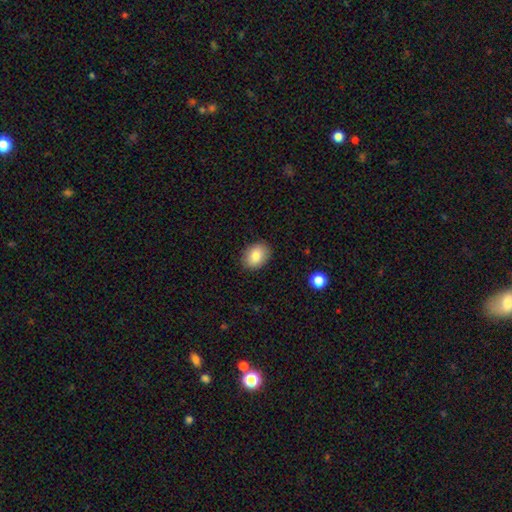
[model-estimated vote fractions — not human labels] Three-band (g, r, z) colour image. It shows a smooth galaxy with no disk features (84%) that is in between round and cigar-shaped (70%). Merging: none (88%).